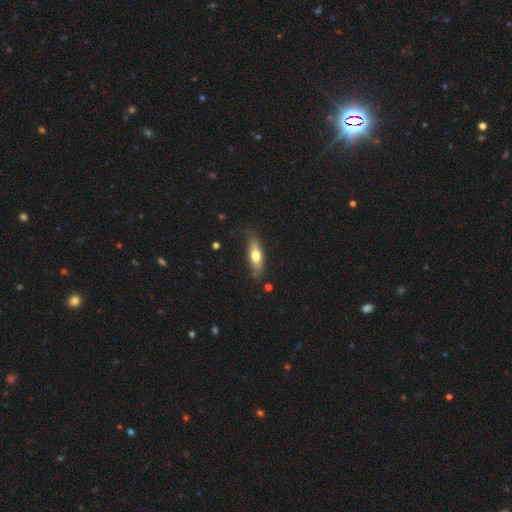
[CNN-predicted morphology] smooth-or-featured: smooth: 59% | featured or disk: 35% | star or artifact: 6%
  how-rounded: cigar-shaped: 54% | in between: 43% | round: 3%
  merging: none: 77% | minor disturbance: 17% | major disturbance: 4% | merger: 2%